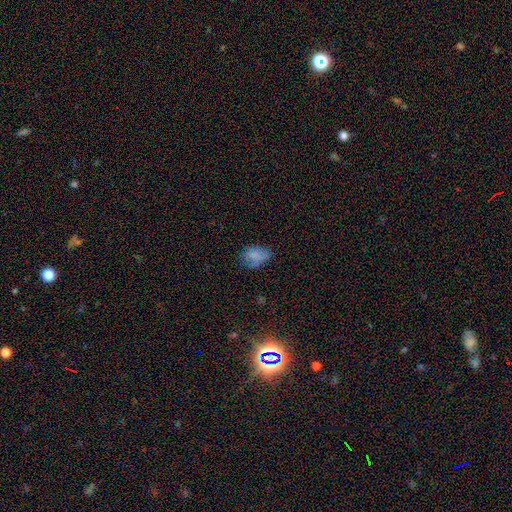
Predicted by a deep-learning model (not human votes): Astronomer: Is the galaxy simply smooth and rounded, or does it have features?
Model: smooth — 72%.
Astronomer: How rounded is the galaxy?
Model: in between — 84%.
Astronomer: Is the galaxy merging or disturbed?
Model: none — 56%.